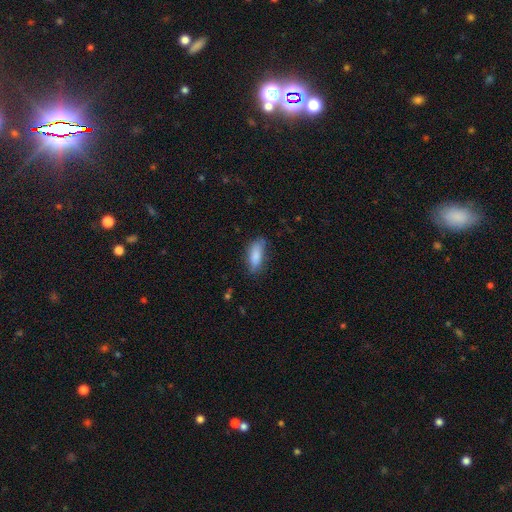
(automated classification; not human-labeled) Smooth or featured? Predicted: smooth (p=0.83). How rounded? Predicted: in between (p=0.73). Merging? Predicted: none (p=0.68).